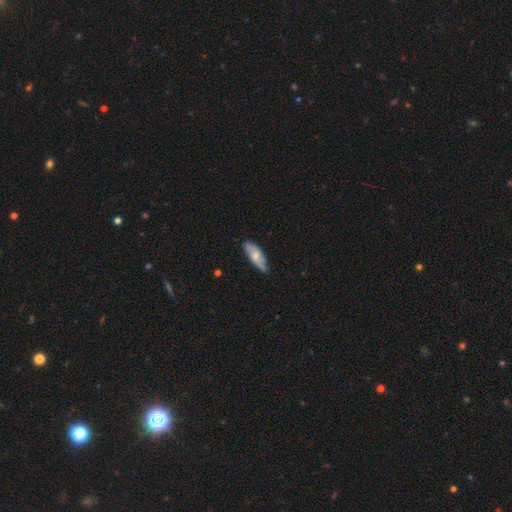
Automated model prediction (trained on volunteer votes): Overall: smooth (60%; featured or disk 34%). How rounded: in between (73%). Merging: none (69%).